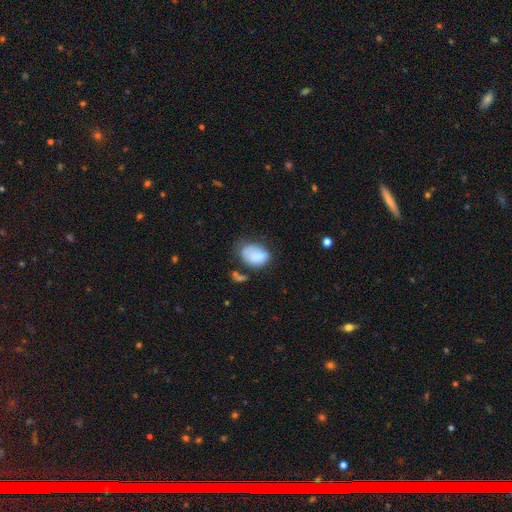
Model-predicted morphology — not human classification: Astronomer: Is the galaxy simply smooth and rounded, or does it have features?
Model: smooth — 77%.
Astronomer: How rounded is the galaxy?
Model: in between — 77%.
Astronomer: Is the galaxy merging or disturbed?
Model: none — 38% (runner-up: minor disturbance, 33%).